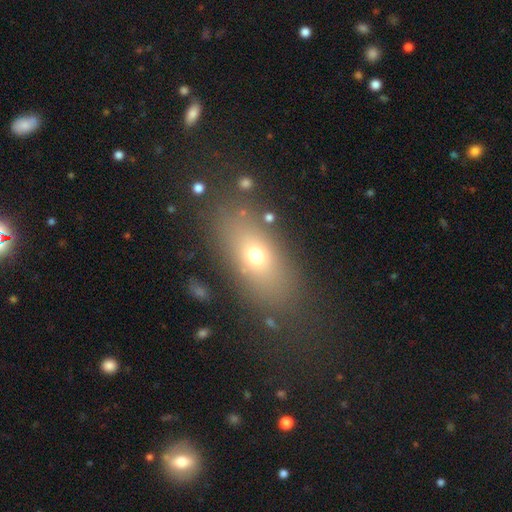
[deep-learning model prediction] smooth 66%, featured or disk 20%, star or artifact 14%. Down the decision tree: how rounded — in between (73%); merging — none (78%).